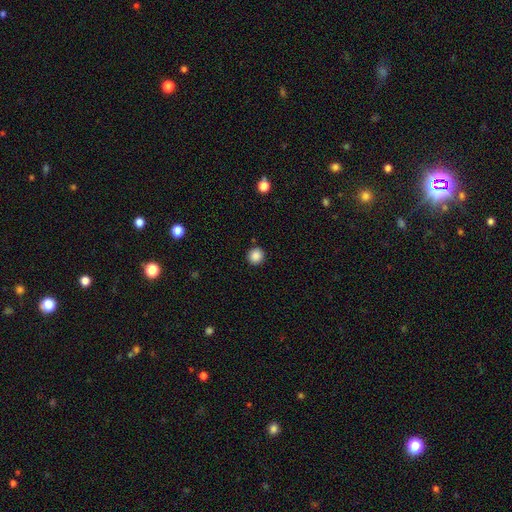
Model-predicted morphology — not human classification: Q: Smooth or featured?
A: smooth (88%); runner-up: star or artifact (9%)
Q: How rounded?
A: round (93%); runner-up: in between (6%)
Q: Merging?
A: none (91%); runner-up: minor disturbance (6%)